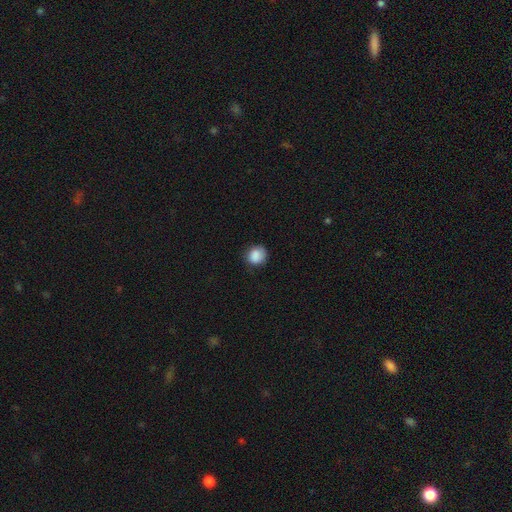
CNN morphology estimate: This is clearly a smooth galaxy (88%). How rounded: likely round (78%). Merging: likely none (77%).